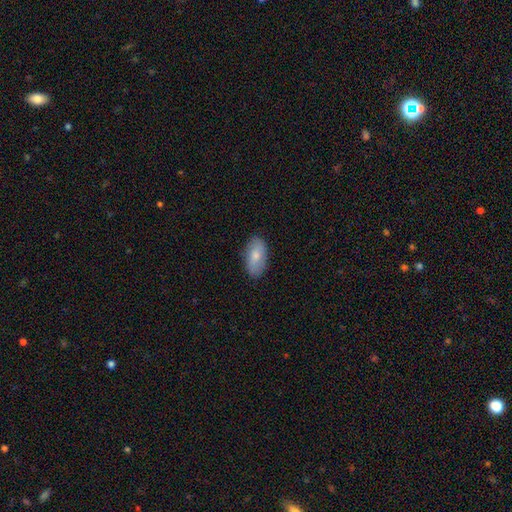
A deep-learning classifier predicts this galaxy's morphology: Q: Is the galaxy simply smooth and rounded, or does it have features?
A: smooth — 75%.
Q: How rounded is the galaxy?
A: in between — 93%.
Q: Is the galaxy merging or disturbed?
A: none — 85%.